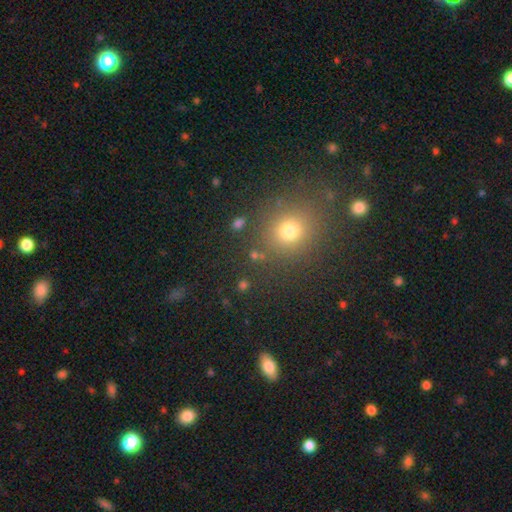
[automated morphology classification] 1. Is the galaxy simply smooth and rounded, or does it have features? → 67% smooth, 26% star or artifact, 7% featured or disk.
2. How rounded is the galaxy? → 85% round, 13% in between, 1% cigar-shaped.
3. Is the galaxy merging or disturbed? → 82% none, 8% minor disturbance, 6% merger, 4% major disturbance.